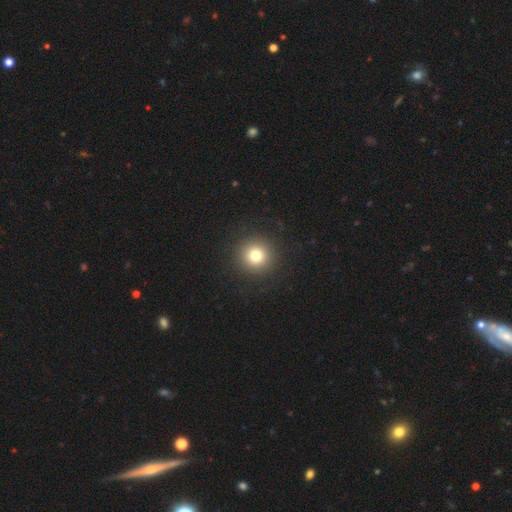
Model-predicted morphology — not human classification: Smooth or featured: smooth — 78% (star or artifact — 13%)
How rounded: round — 95% (in between — 4%)
Merging: none — 91% (minor disturbance — 5%)